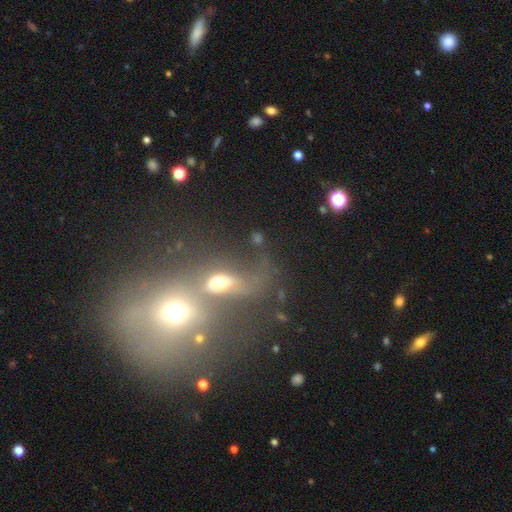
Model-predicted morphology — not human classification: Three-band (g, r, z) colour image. It shows a smooth galaxy with no disk features (42%). Merging: merger (75%).